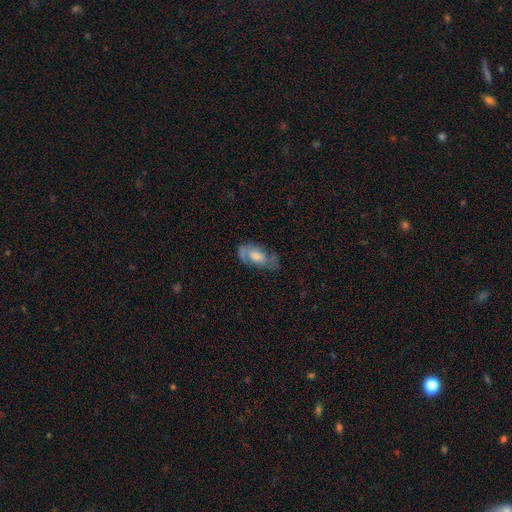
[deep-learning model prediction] Q: Smooth or featured?
A: featured or disk (53%); runner-up: smooth (39%)
Q: Edge-on disk?
A: no (88%); runner-up: yes (12%)
Q: Merging?
A: none (62%); runner-up: minor disturbance (24%)